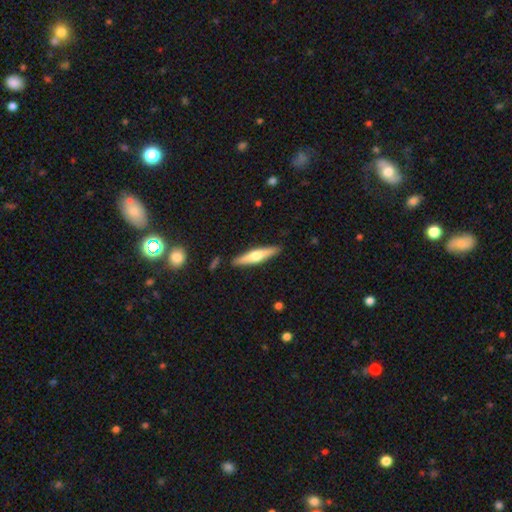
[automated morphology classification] smooth-or-featured: featured or disk: 55% | smooth: 39% | star or artifact: 5%
  disk-edge-on: yes: 96% | no: 4%
    edge-on-bulge: rounded: 91% | boxy: 5% | none: 4%
  merging: none: 89% | minor disturbance: 8% | merger: 2% | major disturbance: 2%